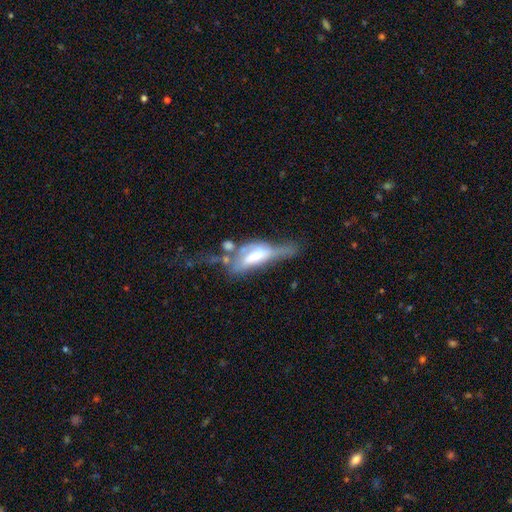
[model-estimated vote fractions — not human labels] smooth-or-featured: featured or disk: 61% | smooth: 31% | star or artifact: 8%
  disk-edge-on: no: 58% | yes: 42%
  merging: major disturbance: 38% | merger: 24% | none: 20% | minor disturbance: 18%